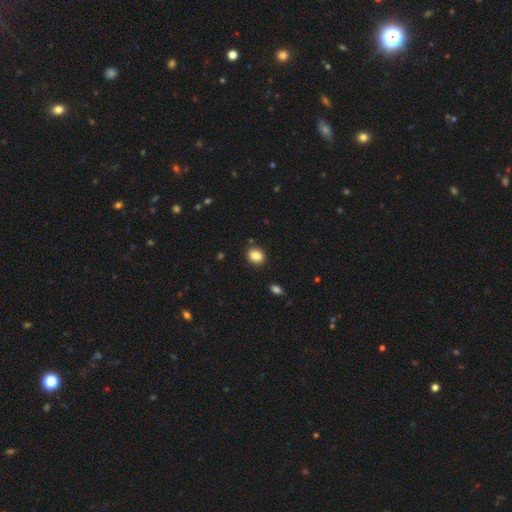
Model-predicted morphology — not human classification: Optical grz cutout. It shows a smooth galaxy with no disk features (87%) that is round (52%). Merging: none (88%).